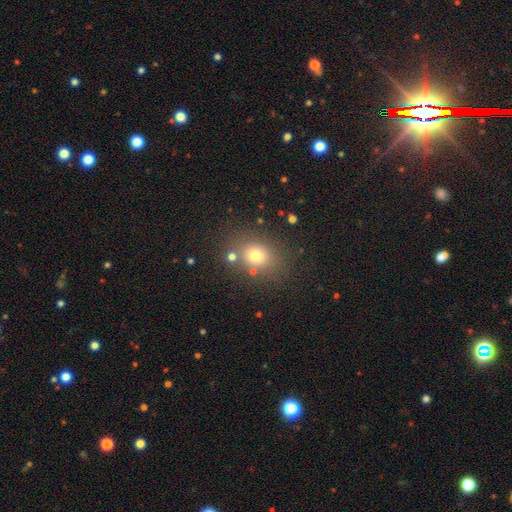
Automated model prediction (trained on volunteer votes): smooth_or_featured: smooth (p=0.72) [alt: star or artifact p=0.17]
how_rounded: round (p=0.54) [alt: in between p=0.45]
merging: none (p=0.77) [alt: minor disturbance p=0.11]